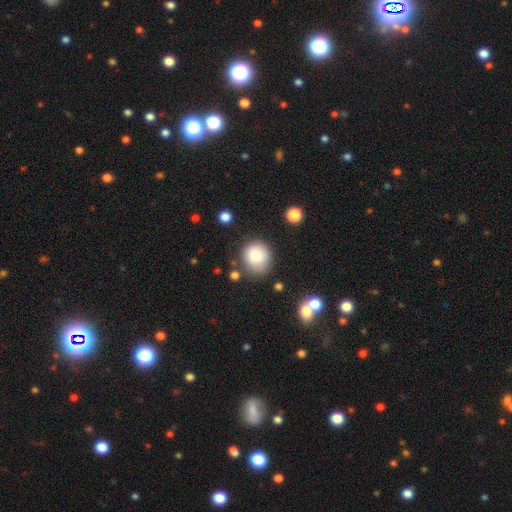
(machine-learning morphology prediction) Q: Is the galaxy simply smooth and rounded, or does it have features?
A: smooth — 85%.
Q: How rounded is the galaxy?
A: round — 81%.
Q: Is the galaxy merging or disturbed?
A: none — 73%.